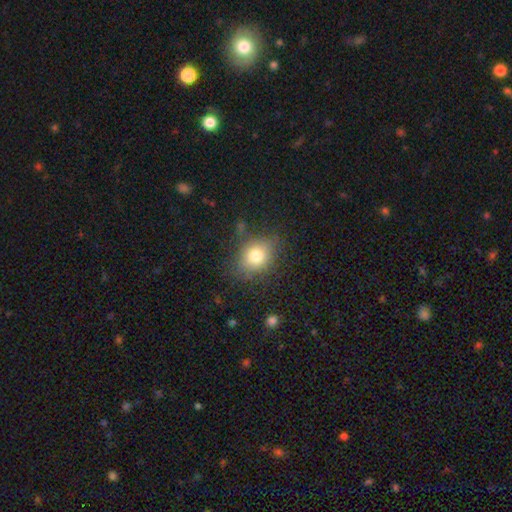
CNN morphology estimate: Smooth or featured: smooth — 77% (star or artifact — 12%)
How rounded: round — 56% (in between — 43%)
Merging: none — 76% (minor disturbance — 16%)